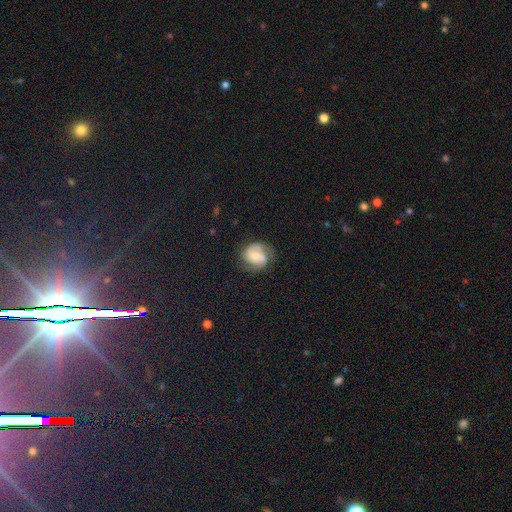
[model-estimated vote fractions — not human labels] This is likely a featured or disk galaxy (69%). It is clearly not viewed edge-on (98%). Bar: possibly no (52%). Spiral arm pattern: clearly yes (92%). Spiral arm count: clearly 2 (81%). Spiral winding: possibly medium (47%). Central bulge: possibly small (47%). Merging: likely none (65%).